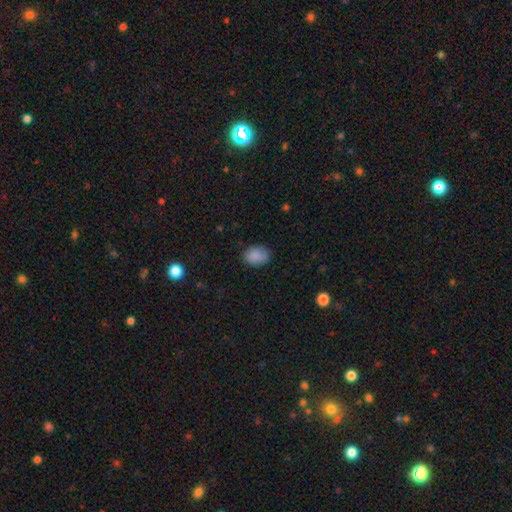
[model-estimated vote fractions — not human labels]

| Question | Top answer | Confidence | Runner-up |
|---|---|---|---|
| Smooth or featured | smooth | 87% | star or artifact (8%) |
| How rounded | in between | 72% | round (27%) |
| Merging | none | 82% | minor disturbance (15%) |